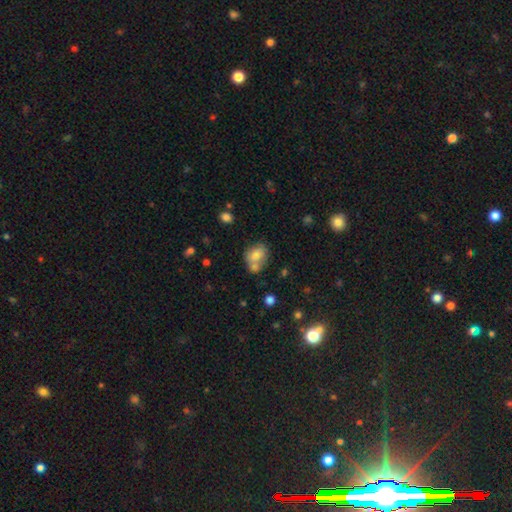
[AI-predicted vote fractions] The model was most divided on "merging": none: 41%, merger: 39%, minor disturbance: 15%, major disturbance: 6%. More confident: smooth or featured — smooth (73%); how rounded — in between (60%).